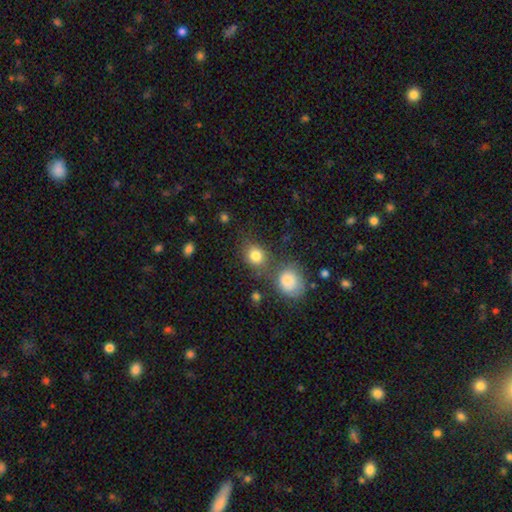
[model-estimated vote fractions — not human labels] smooth_or_featured: smooth (p=0.82) [alt: star or artifact p=0.11]
how_rounded: round (p=0.67) [alt: in between p=0.32]
merging: none (p=0.59) [alt: merger p=0.23]